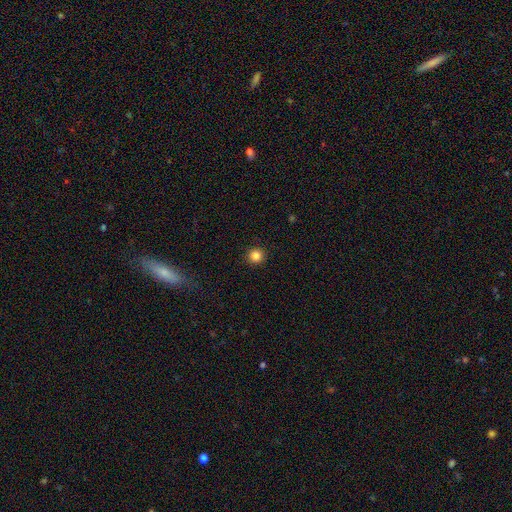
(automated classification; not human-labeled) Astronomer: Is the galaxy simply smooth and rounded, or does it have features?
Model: smooth — 84%.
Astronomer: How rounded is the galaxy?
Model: round — 94%.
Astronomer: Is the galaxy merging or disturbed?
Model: none — 93%.